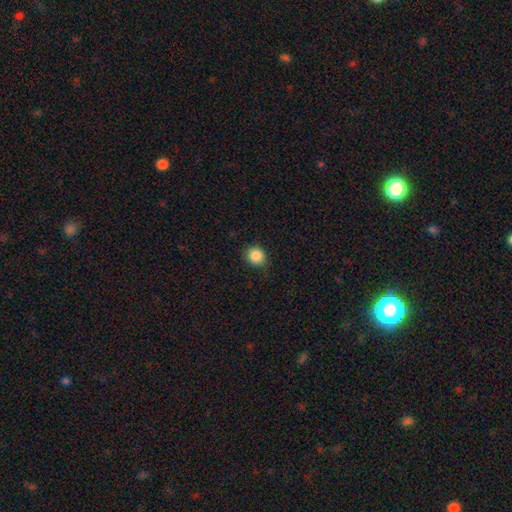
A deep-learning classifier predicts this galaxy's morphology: Smooth or featured? Predicted: smooth (p=0.86). How rounded? Predicted: round (p=0.87). Merging? Predicted: none (p=0.83).